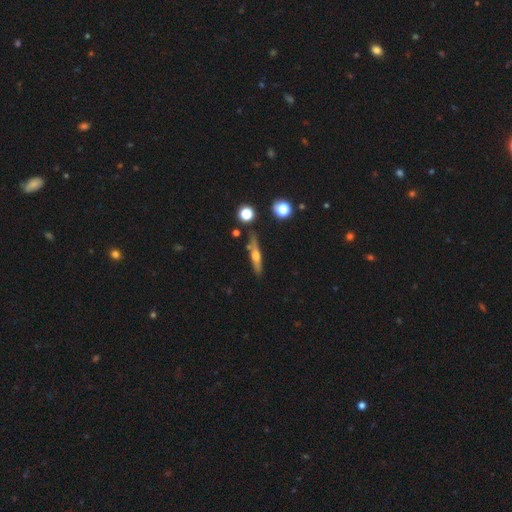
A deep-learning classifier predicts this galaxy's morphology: smooth_or_featured: featured or disk (p=0.53) [alt: smooth p=0.38]
disk_edge_on: yes (p=0.91) [alt: no p=0.09]
merging: none (p=0.77) [alt: minor disturbance p=0.14]